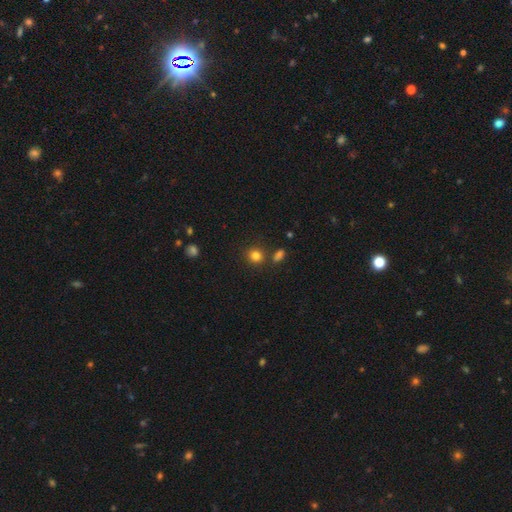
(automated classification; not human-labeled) smooth 82%, star or artifact 12%, featured or disk 5%. Down the decision tree: how rounded — round (81%); merging — none (79%).